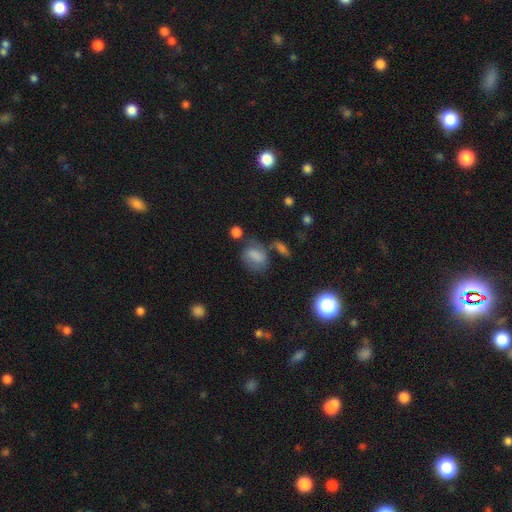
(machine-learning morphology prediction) smooth_or_featured: smooth (p=0.68) [alt: featured or disk p=0.20]
how_rounded: in between (p=0.69) [alt: round p=0.29]
merging: none (p=0.47) [alt: minor disturbance p=0.24]